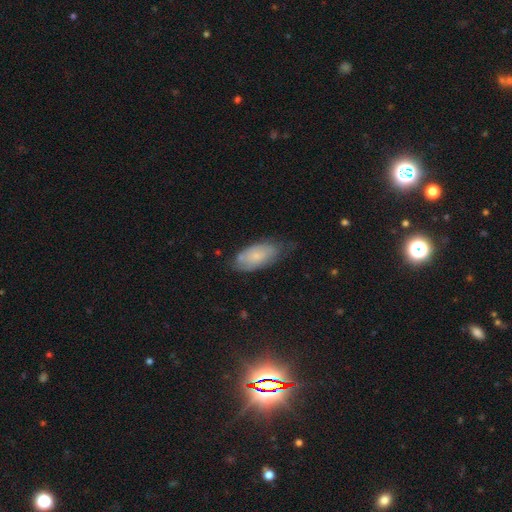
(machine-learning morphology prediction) Q: Smooth or featured?
A: smooth (58%); runner-up: featured or disk (35%)
Q: How rounded?
A: in between (90%); runner-up: cigar-shaped (8%)
Q: Merging?
A: none (59%); runner-up: minor disturbance (31%)